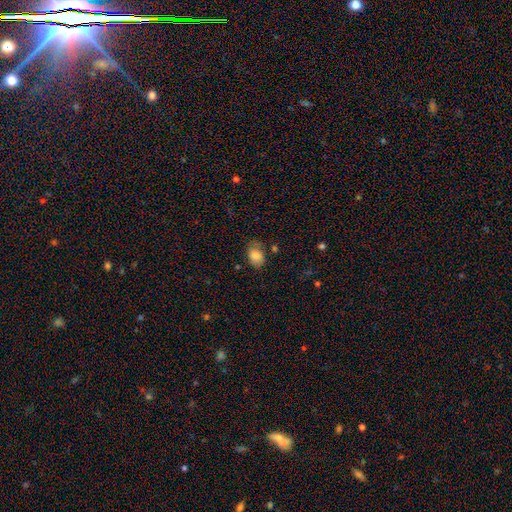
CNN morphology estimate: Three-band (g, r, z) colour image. It shows a smooth galaxy with no disk features (81%) that is in between round and cigar-shaped (77%). Merging: none (63%).